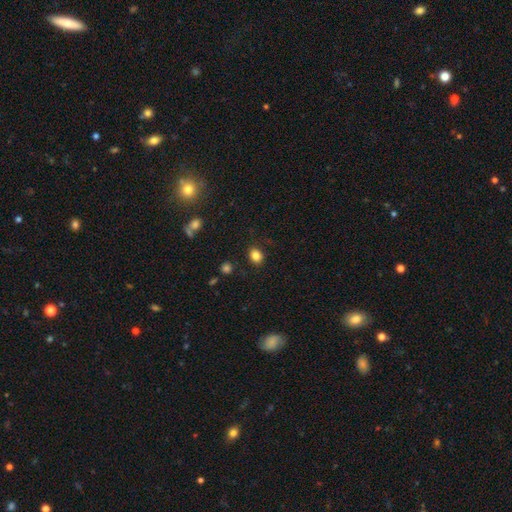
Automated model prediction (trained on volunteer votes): Smooth or featured?
  - smooth: 84% *
  - star or artifact: 11%
  - featured or disk: 5%
How rounded?
  - in between: 52% *
  - round: 47%
  - cigar-shaped: 1%
Merging?
  - none: 85% *
  - minor disturbance: 10%
  - major disturbance: 3%
  - merger: 2%